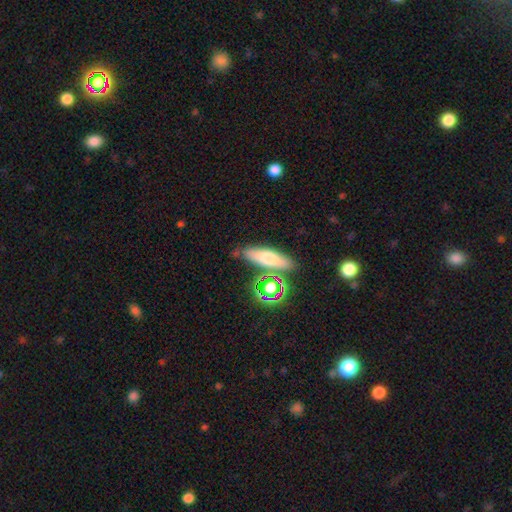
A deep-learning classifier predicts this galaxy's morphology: This is possibly a smooth galaxy (59%). How rounded: possibly cigar-shaped (55%). Merging: likely none (77%).